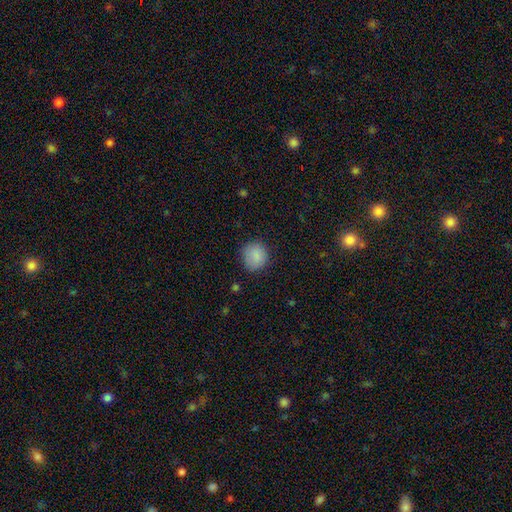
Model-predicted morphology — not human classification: This appears to be a smooth galaxy with no disk features (87%) that is round (86%). Merging: none (81%).